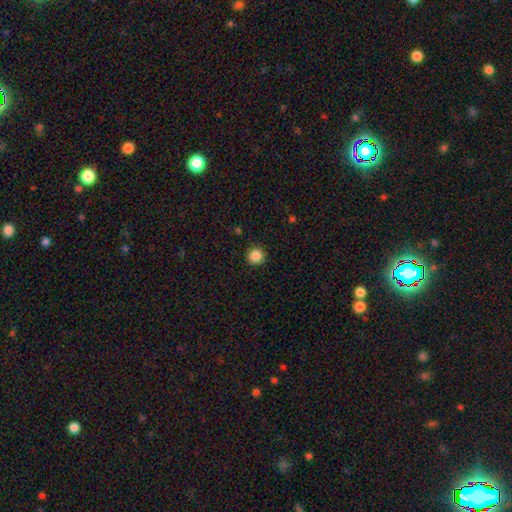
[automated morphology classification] smooth_or_featured: smooth (p=0.86) [alt: star or artifact p=0.10]
how_rounded: round (p=0.95) [alt: in between p=0.04]
merging: none (p=0.92) [alt: minor disturbance p=0.05]